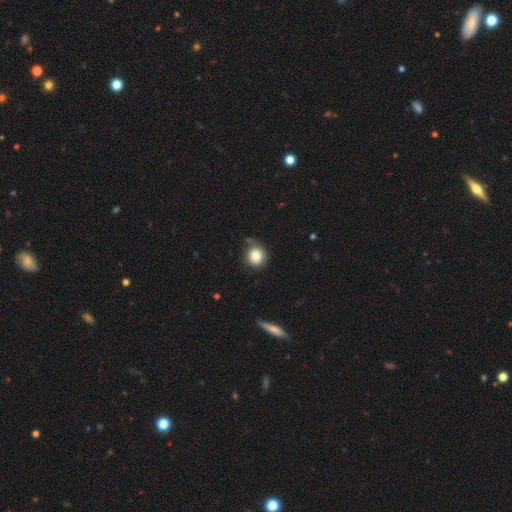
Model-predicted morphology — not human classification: The model was most divided on "merging": none: 81%, minor disturbance: 12%, merger: 4%, major disturbance: 3%. More confident: how rounded — round (89%); smooth or featured — smooth (84%).